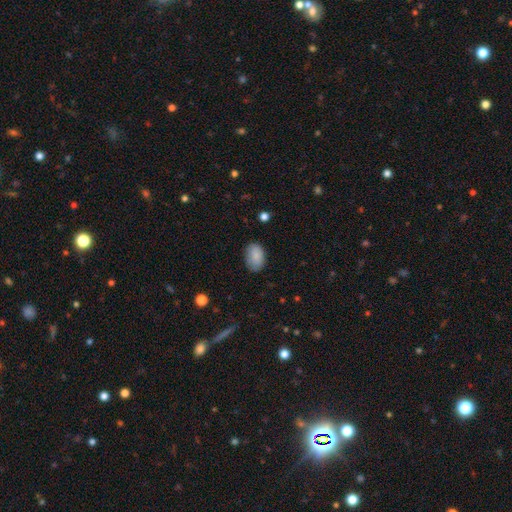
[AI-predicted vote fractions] The model was most divided on "merging": none: 79%, minor disturbance: 16%, major disturbance: 3%, merger: 1%. More confident: how rounded — in between (88%); smooth or featured — smooth (87%).